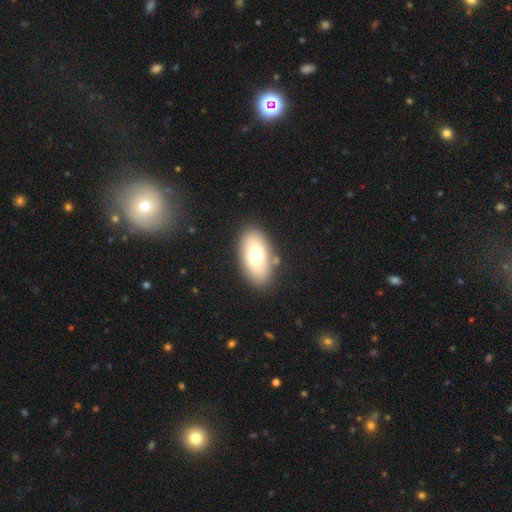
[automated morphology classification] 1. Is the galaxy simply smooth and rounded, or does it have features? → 69% smooth, 22% featured or disk, 8% star or artifact.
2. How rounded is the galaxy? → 91% in between, 7% round, 3% cigar-shaped.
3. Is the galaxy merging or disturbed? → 84% none, 10% minor disturbance, 4% major disturbance, 3% merger.